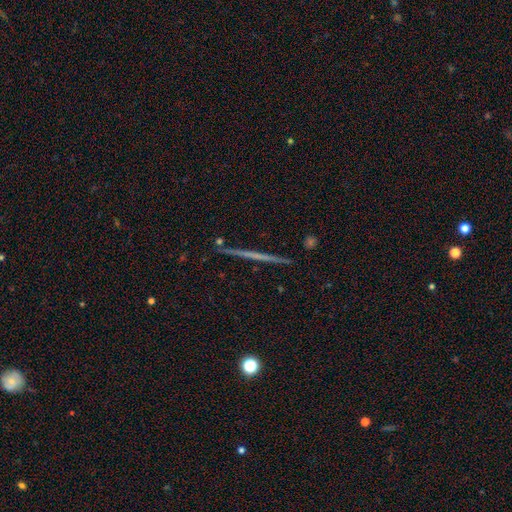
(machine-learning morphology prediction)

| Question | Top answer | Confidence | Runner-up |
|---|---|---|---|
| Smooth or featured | featured or disk | 65% | smooth (27%) |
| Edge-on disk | yes | 98% | no (2%) |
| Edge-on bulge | none | 85% | rounded (11%) |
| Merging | none | 92% | minor disturbance (5%) |